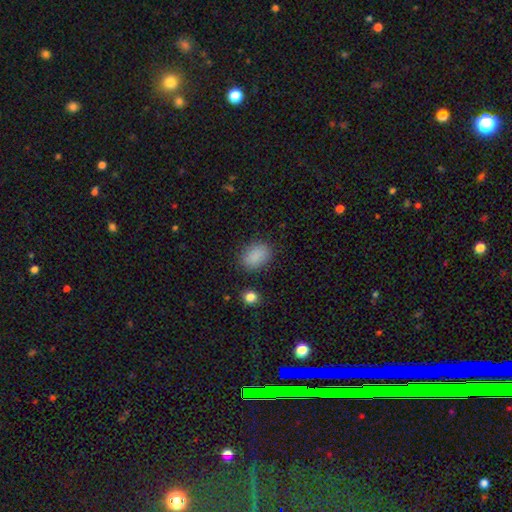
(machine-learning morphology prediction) smooth 87%, star or artifact 9%, featured or disk 5%. Down the decision tree: how rounded — in between (71%); merging — none (82%).